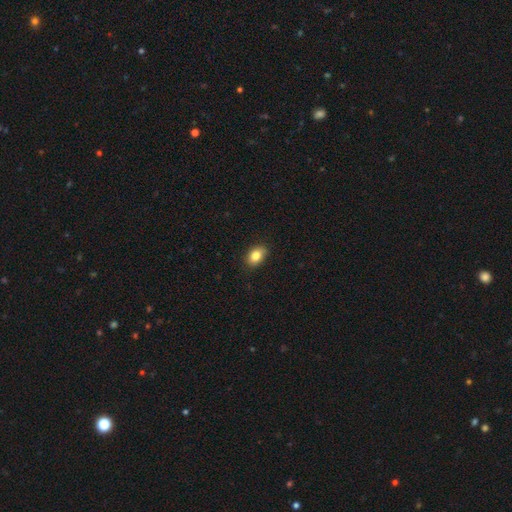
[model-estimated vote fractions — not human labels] smooth_or_featured: smooth (p=0.83) [alt: star or artifact p=0.09]
how_rounded: in between (p=0.77) [alt: round p=0.22]
merging: none (p=0.86) [alt: minor disturbance p=0.11]